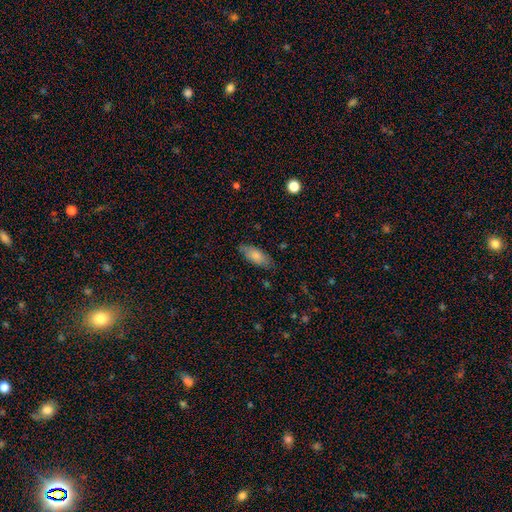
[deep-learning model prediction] This appears to be a smooth galaxy with no disk features (79%) that is in between round and cigar-shaped (79%). Merging: none (79%).